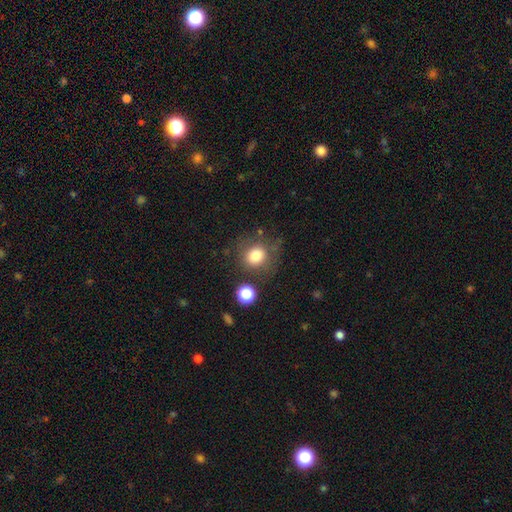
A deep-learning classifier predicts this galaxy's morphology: smooth-or-featured: smooth: 78% | star or artifact: 11% | featured or disk: 10%
  how-rounded: round: 77% | in between: 22% | cigar-shaped: 1%
  merging: none: 67% | minor disturbance: 17% | major disturbance: 9% | merger: 7%